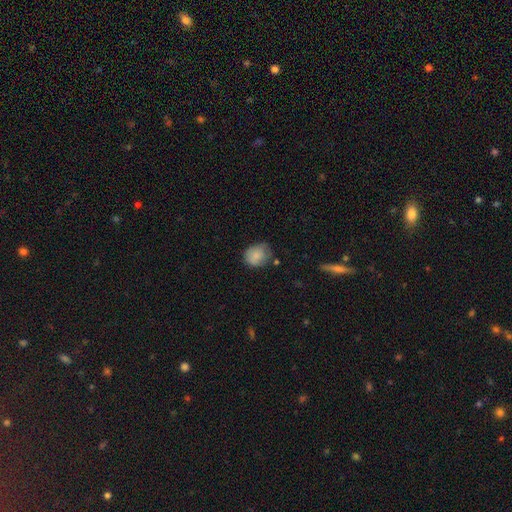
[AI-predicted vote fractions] smooth-or-featured: smooth: 82% | featured or disk: 10% | star or artifact: 8%
  how-rounded: round: 63% | in between: 36% | cigar-shaped: 1%
  merging: none: 64% | minor disturbance: 27% | major disturbance: 6% | merger: 3%